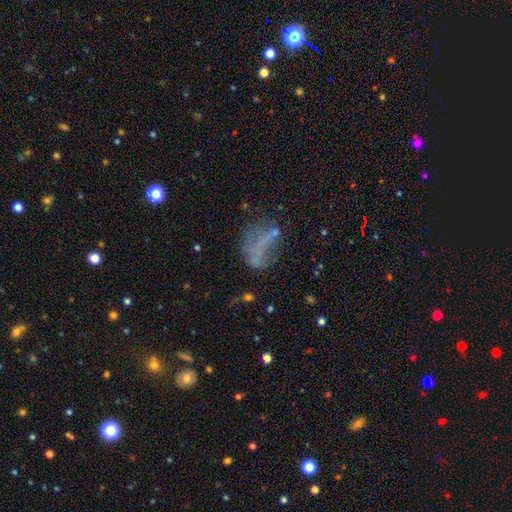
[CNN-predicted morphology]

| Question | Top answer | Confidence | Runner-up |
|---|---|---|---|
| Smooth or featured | smooth | 41% | featured or disk (39%) |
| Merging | none | 34% | tied: major disturbance (34%) |